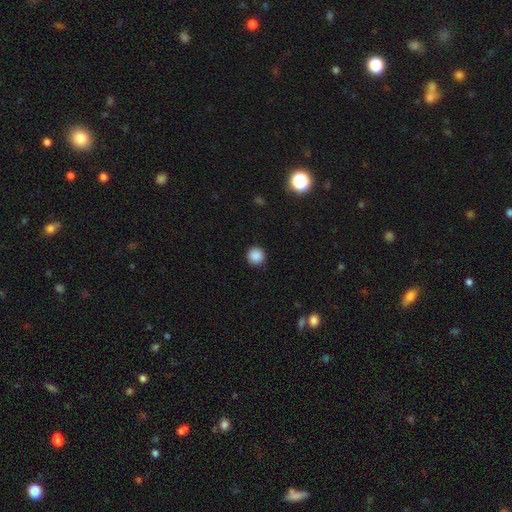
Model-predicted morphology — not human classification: Smooth or featured?
  - smooth: 88% *
  - star or artifact: 10%
  - featured or disk: 2%
How rounded?
  - round: 96% *
  - in between: 3%
  - cigar-shaped: 1%
Merging?
  - none: 92% *
  - minor disturbance: 5%
  - major disturbance: 2%
  - merger: 1%